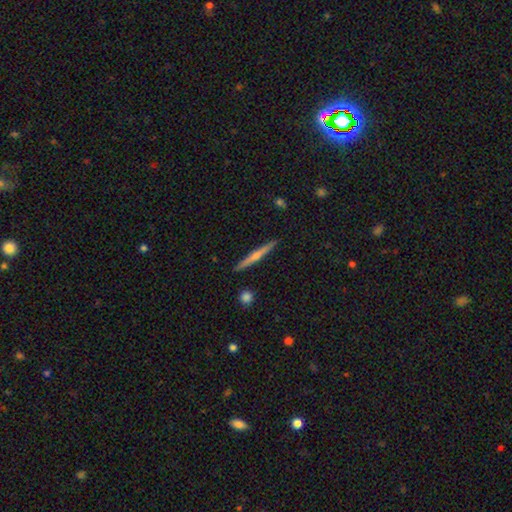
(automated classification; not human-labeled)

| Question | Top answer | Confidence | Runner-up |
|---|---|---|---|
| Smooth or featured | featured or disk | 61% | smooth (33%) |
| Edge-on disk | yes | 98% | no (2%) |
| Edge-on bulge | rounded | 73% | none (22%) |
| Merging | none | 91% | minor disturbance (6%) |